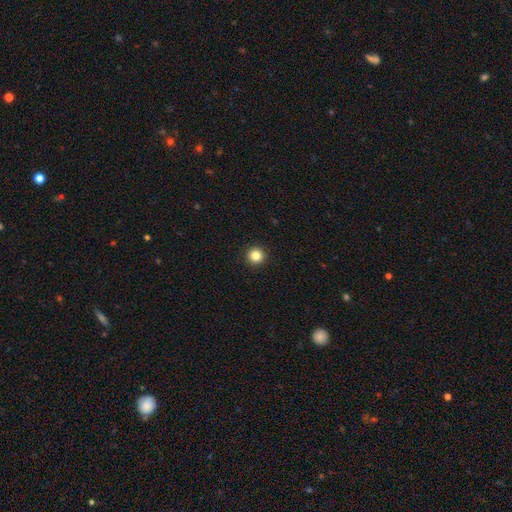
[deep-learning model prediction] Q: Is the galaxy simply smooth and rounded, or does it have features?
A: smooth — 84%.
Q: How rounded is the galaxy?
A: round — 96%.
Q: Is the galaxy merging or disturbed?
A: none — 94%.